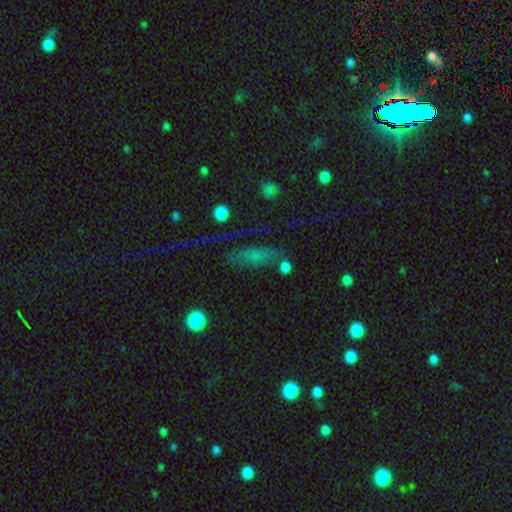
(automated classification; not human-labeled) A smooth galaxy with no disk features (47%).

Vote fractions:
- Smooth or featured? smooth: 47% / star or artifact: 31% / featured or disk: 22%
- Merging? none: 58% / minor disturbance: 19% / major disturbance: 15% / merger: 8%